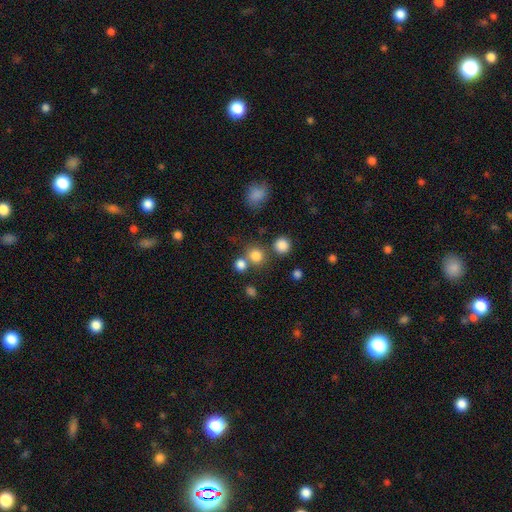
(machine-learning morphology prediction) This is likely a smooth galaxy (79%). How rounded: clearly round (88%). Merging: likely none (67%).